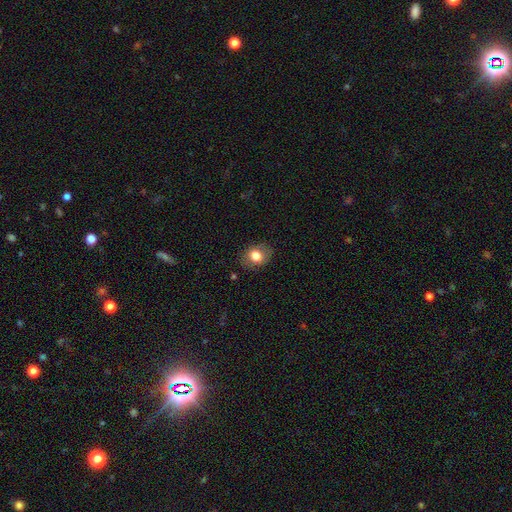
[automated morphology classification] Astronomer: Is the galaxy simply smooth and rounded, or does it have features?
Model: smooth — 77%.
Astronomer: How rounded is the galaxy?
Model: in between — 55% (runner-up: round, 44%).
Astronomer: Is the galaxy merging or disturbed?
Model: none — 82%.